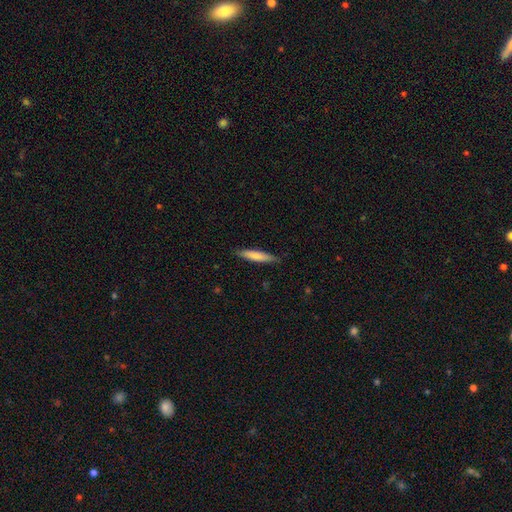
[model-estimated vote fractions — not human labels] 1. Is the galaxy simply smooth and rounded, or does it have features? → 76% smooth, 19% featured or disk, 5% star or artifact.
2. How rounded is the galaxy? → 87% cigar-shaped, 11% in between, 1% round.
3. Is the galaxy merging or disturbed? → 87% none, 11% minor disturbance, 2% major disturbance, 1% merger.